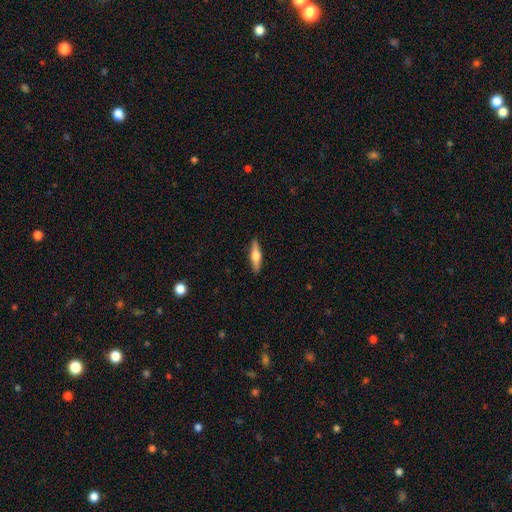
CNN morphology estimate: This appears to be a featured or disk galaxy (50%). Merging: none (90%).